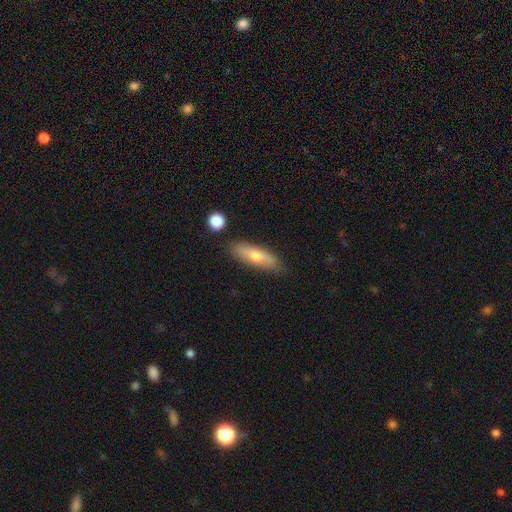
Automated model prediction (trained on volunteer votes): Q: Smooth or featured?
A: smooth (56%); runner-up: featured or disk (36%)
Q: How rounded?
A: cigar-shaped (57%); runner-up: in between (41%)
Q: Merging?
A: none (83%); runner-up: minor disturbance (12%)